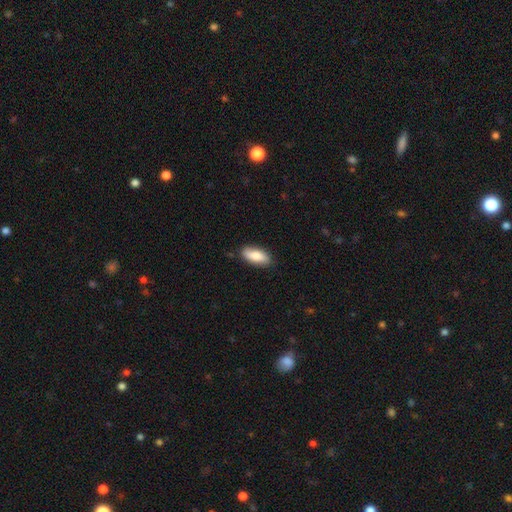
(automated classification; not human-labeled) Overall: smooth (79%). How rounded: in between (84%). Merging: none (84%).